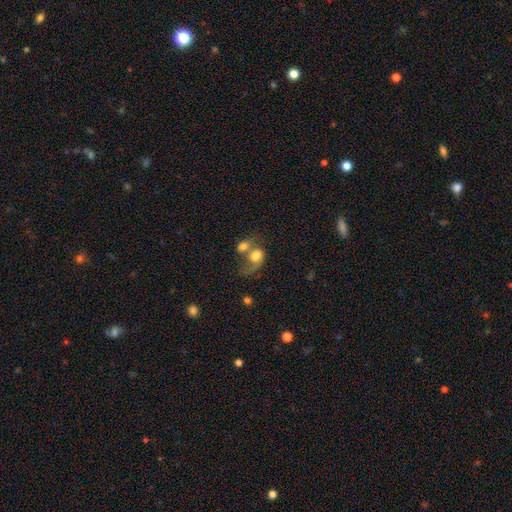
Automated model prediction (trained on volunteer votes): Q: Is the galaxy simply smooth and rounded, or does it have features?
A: smooth — 59%.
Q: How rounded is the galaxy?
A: in between — 55%.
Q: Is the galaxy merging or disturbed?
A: merger — 72%.